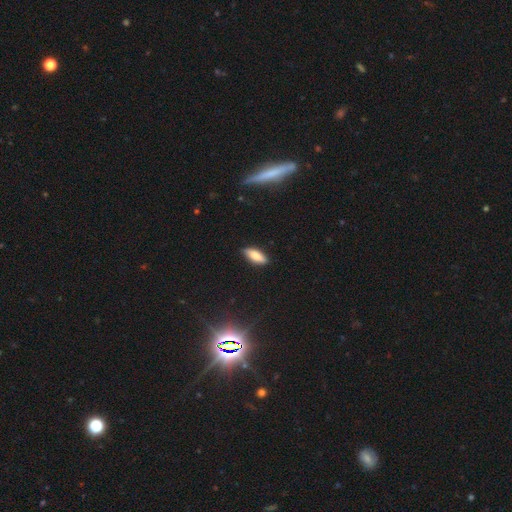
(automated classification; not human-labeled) This appears to be a smooth galaxy with no disk features (80%) that is in between round and cigar-shaped (71%). Merging: none (85%).